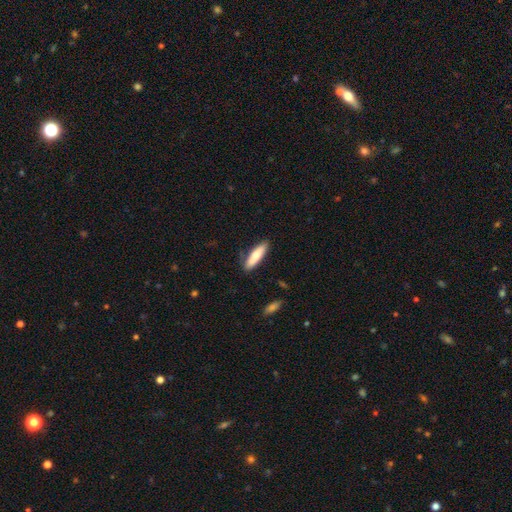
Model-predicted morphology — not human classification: Smooth or featured? smooth (76%)
How rounded? cigar-shaped (66%)
Merging? none (79%)